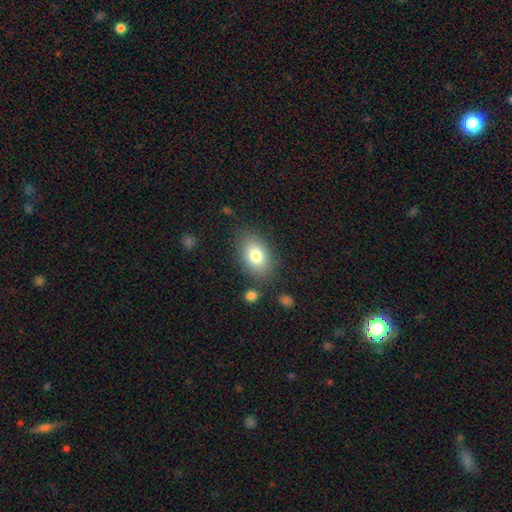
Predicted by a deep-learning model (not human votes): Smooth or featured?
  - smooth: 79% *
  - featured or disk: 12%
  - star or artifact: 9%
How rounded?
  - in between: 84% *
  - round: 14%
  - cigar-shaped: 1%
Merging?
  - none: 81% *
  - minor disturbance: 12%
  - major disturbance: 4%
  - merger: 4%